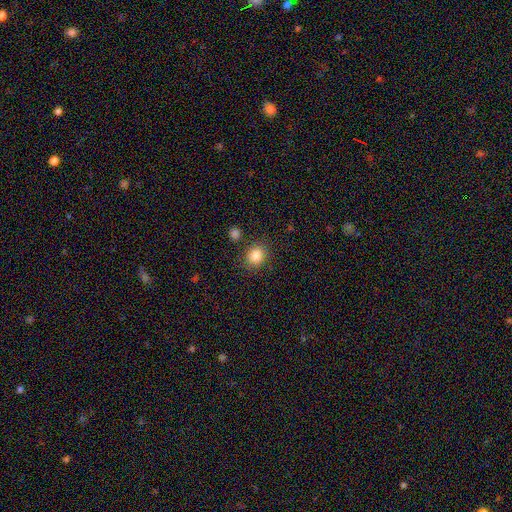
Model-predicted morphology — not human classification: smooth 84%, star or artifact 10%, featured or disk 6%. Down the decision tree: how rounded — round (76%); merging — none (82%).